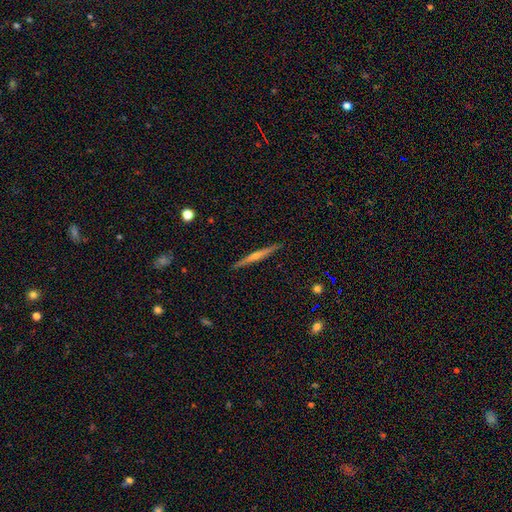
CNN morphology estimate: This appears to be a featured or disk galaxy (69%) viewed edge-on (97%) with a rounded central bulge (77%). Merging: none (90%).